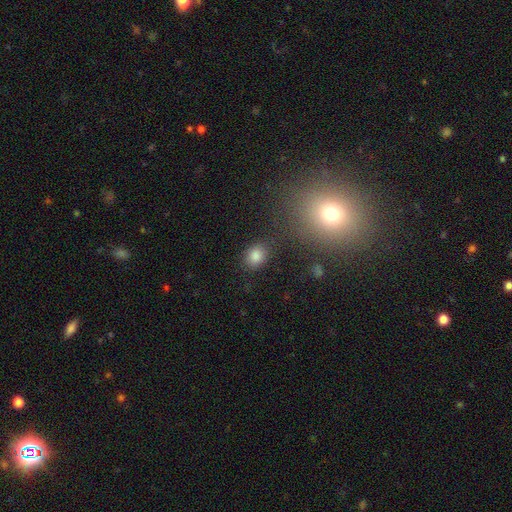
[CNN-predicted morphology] smooth 82%, star or artifact 13%, featured or disk 6%. Down the decision tree: how rounded — in between (52%); merging — none (82%).